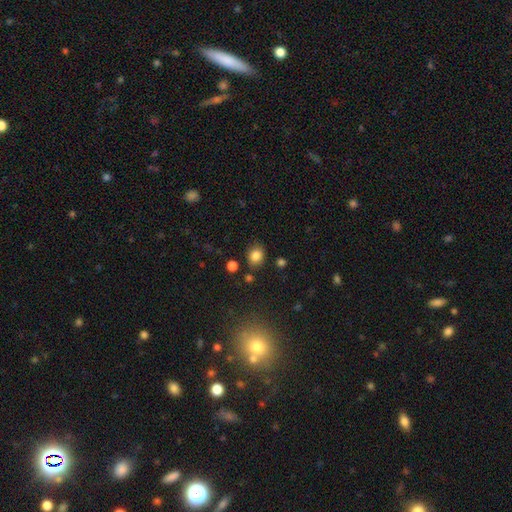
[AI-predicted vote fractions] Overall: smooth (83%). How rounded: round (61%; in between 38%). Merging: none (81%).